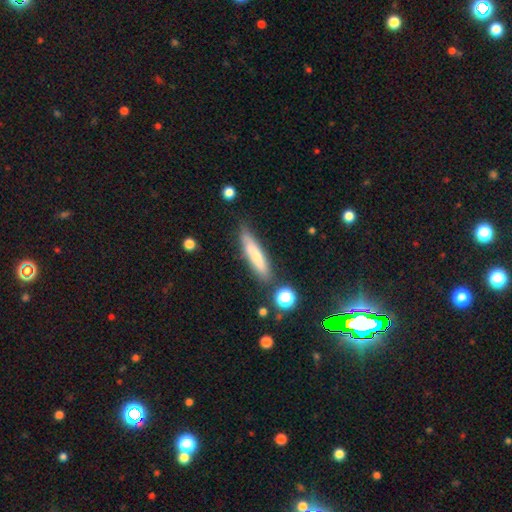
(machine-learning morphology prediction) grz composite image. It shows a smooth galaxy with no disk features (66%) that is cigar-shaped (84%). Merging: none (77%).